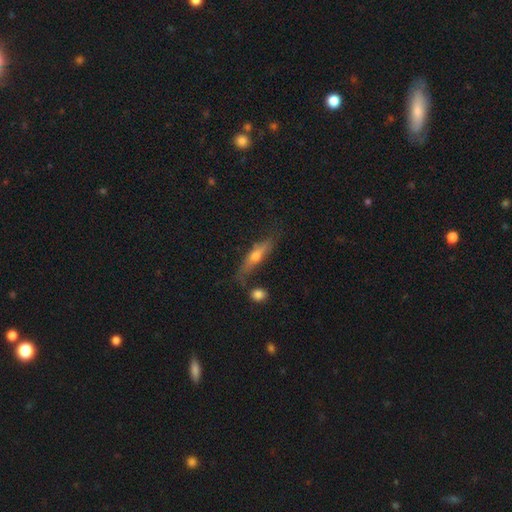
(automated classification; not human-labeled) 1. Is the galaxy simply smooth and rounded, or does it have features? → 54% featured or disk, 39% smooth, 7% star or artifact.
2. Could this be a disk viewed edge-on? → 83% yes, 17% no.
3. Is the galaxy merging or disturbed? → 65% none, 21% minor disturbance, 7% major disturbance, 7% merger.